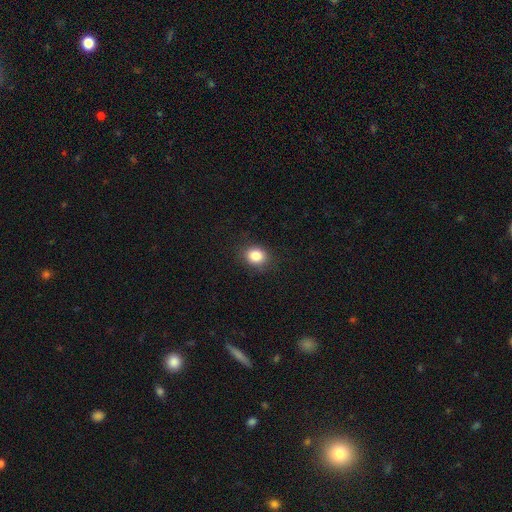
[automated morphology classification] A smooth galaxy with no disk features (85%) that is round (65%). Merging: none (86%).